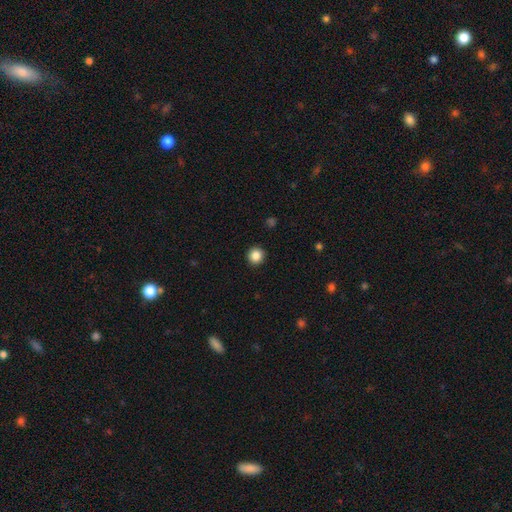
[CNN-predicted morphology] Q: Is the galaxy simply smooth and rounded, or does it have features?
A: smooth — 87%.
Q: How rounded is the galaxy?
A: round — 94%.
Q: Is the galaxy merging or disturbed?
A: none — 93%.